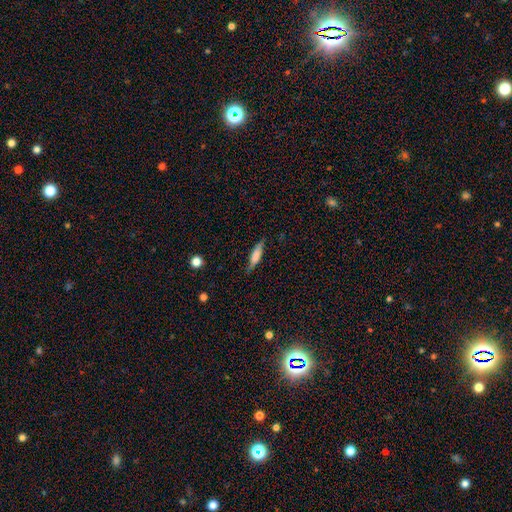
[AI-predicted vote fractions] A smooth galaxy with no disk features (66%) that is cigar-shaped (64%). Merging: none (72%).